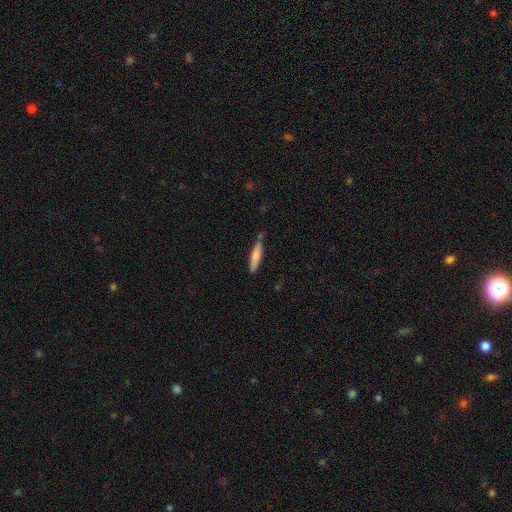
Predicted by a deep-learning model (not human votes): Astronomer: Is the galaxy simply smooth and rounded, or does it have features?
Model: smooth — 75%.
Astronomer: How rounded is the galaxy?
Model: cigar-shaped — 85%.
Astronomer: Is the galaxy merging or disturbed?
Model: none — 75%.